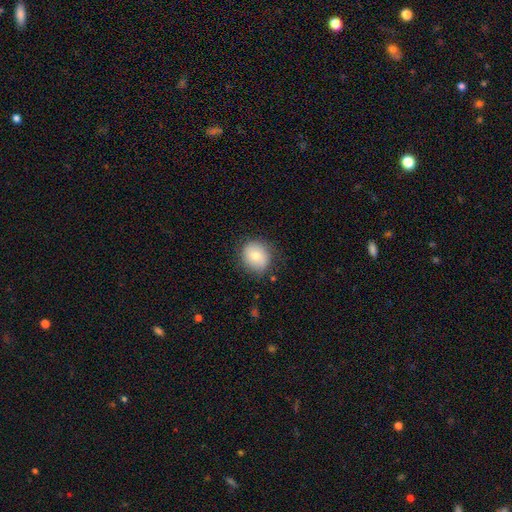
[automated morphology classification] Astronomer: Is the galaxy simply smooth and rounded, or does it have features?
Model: smooth — 76%.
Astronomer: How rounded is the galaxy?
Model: round — 78%.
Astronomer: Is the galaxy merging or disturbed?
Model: none — 79%.